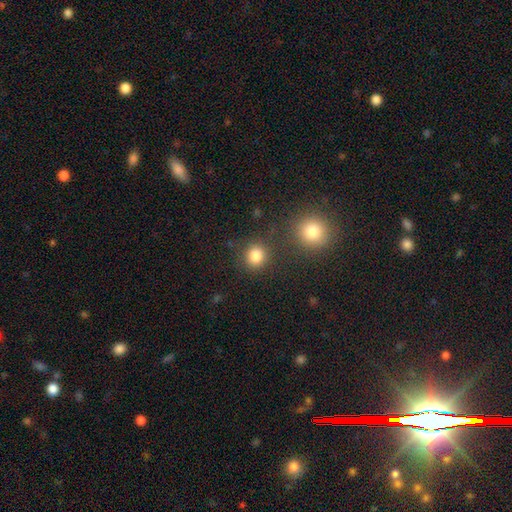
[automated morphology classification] smooth 83%, star or artifact 12%, featured or disk 5%. Down the decision tree: how rounded — round (84%); merging — none (80%).